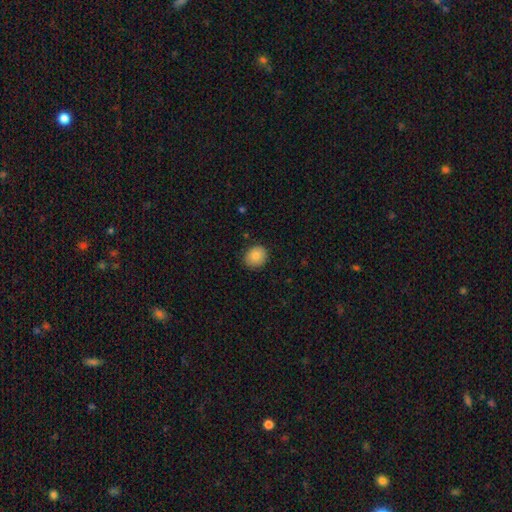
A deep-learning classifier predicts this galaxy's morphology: Smooth or featured? Predicted: smooth (p=0.85). How rounded? Predicted: round (p=0.67). Merging? Predicted: none (p=0.86).